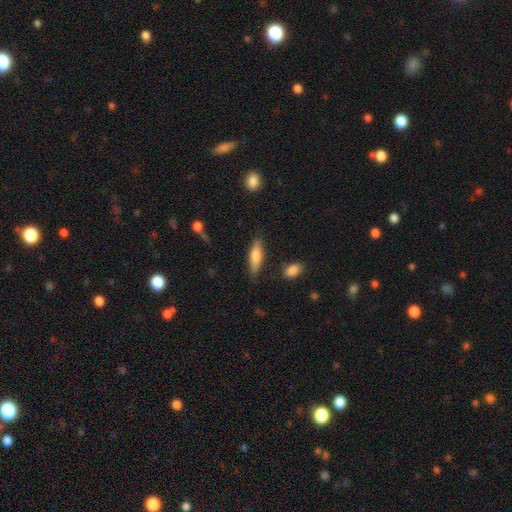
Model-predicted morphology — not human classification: The model was most divided on "how rounded": cigar-shaped: 61%, in between: 37%, round: 2%. More confident: merging — none (80%); smooth or featured — smooth (72%).